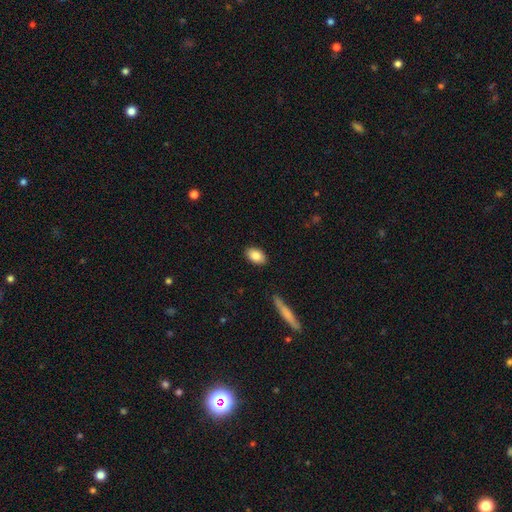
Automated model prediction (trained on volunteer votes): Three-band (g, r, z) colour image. It shows a smooth galaxy with no disk features (86%) that is in between round and cigar-shaped (90%). Merging: none (88%).